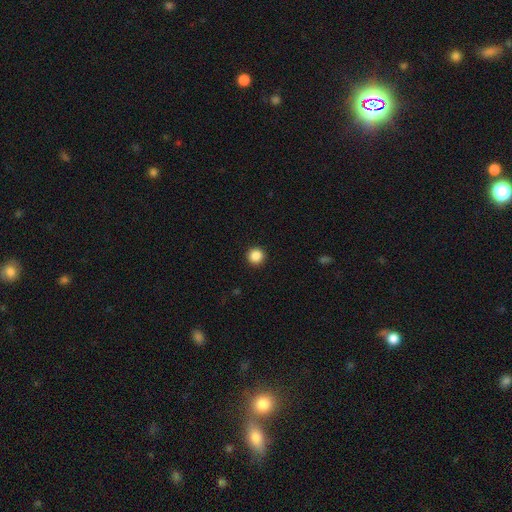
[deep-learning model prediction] A smooth galaxy with no disk features (87%) that is round (96%). Merging: none (93%).